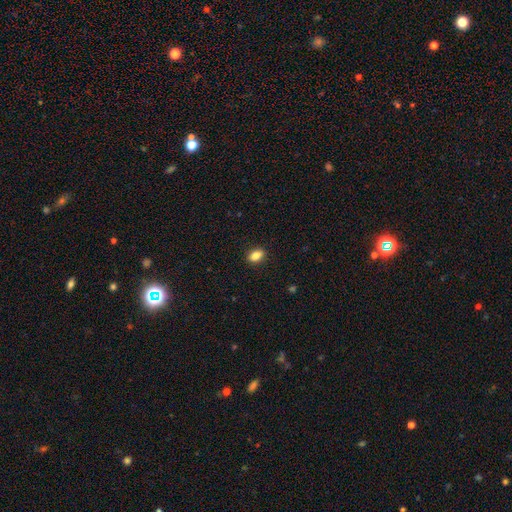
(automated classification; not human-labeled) smooth_or_featured: smooth (p=0.84) [alt: star or artifact p=0.09]
how_rounded: in between (p=0.81) [alt: round p=0.16]
merging: none (p=0.90) [alt: minor disturbance p=0.07]